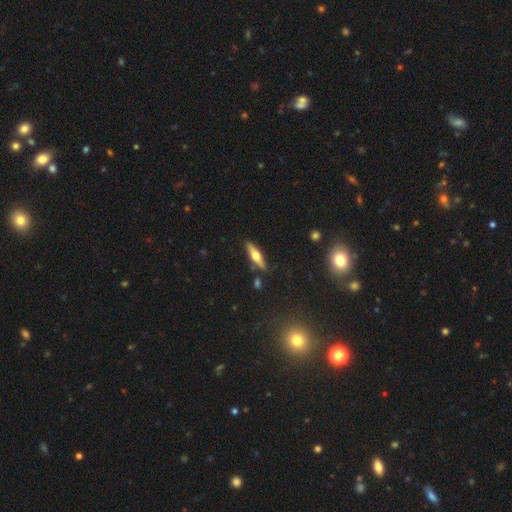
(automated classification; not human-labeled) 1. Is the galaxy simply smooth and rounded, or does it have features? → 57% featured or disk, 36% smooth, 6% star or artifact.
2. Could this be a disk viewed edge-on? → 94% yes, 6% no.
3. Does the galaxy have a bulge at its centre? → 94% rounded, 3% boxy, 2% none.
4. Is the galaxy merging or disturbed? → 85% none, 9% minor disturbance, 3% merger, 2% major disturbance.